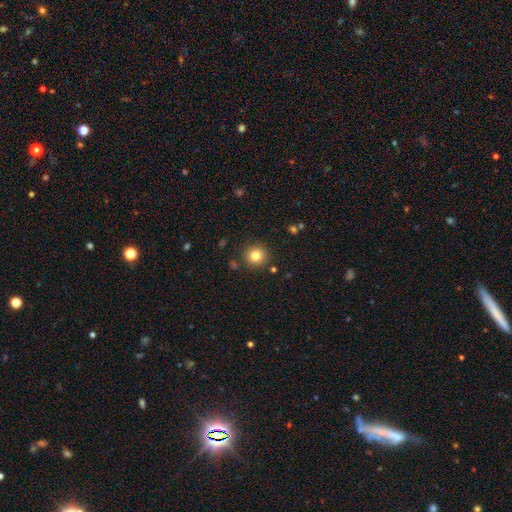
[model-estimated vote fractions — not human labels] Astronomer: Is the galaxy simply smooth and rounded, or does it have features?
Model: smooth — 81%.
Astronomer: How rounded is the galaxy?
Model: round — 93%.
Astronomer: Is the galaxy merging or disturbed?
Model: none — 88%.